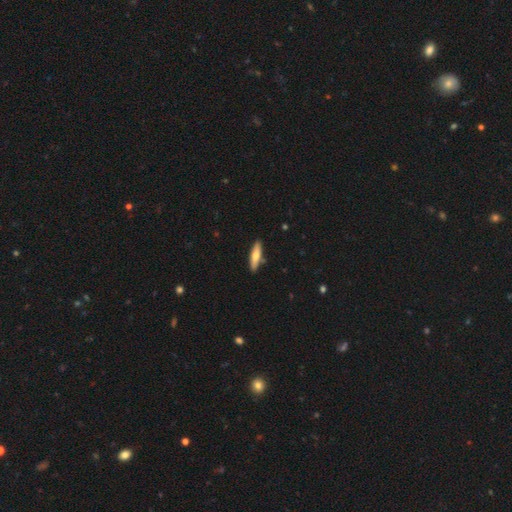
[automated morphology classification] Overall: smooth (63%; featured or disk 31%). How rounded: cigar-shaped (74%). Merging: none (85%).